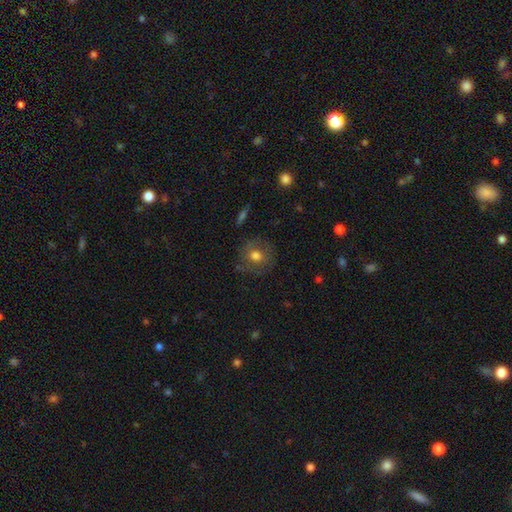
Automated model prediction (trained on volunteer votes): Smooth or featured: smooth — 67% (featured or disk — 22%)
How rounded: round — 87% (in between — 12%)
Merging: none — 79% (minor disturbance — 14%)